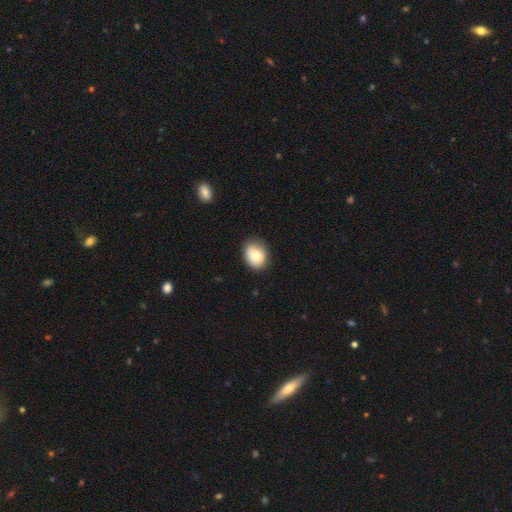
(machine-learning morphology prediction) Smooth or featured? smooth (81%)
How rounded? in between (59%)
Merging? none (79%)